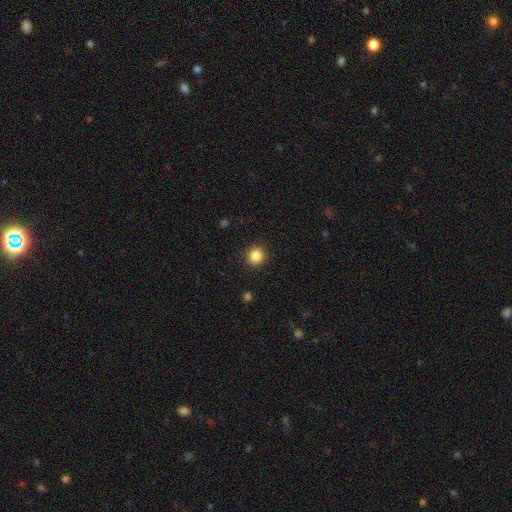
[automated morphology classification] smooth-or-featured: smooth: 85% | star or artifact: 11% | featured or disk: 4%
  how-rounded: round: 88% | in between: 11% | cigar-shaped: 1%
  merging: none: 91% | minor disturbance: 6% | major disturbance: 2% | merger: 1%